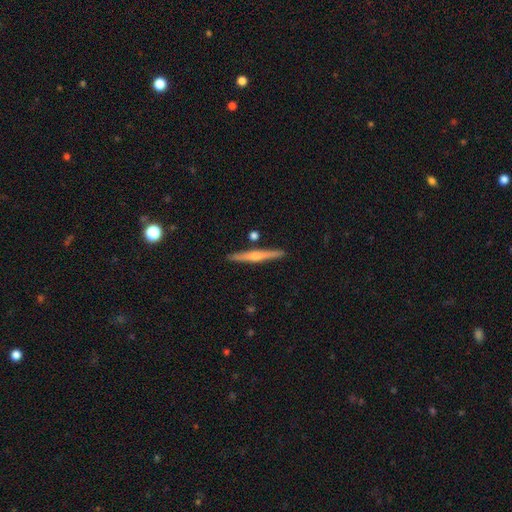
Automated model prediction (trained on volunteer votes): Smooth or featured?
  - featured or disk: 59% *
  - smooth: 35%
  - star or artifact: 6%
Edge-on disk?
  - yes: 98% *
  - no: 2%
Edge-on bulge?
  - rounded: 72% *
  - none: 19%
  - boxy: 9%
Merging?
  - none: 89% *
  - minor disturbance: 7%
  - merger: 3%
  - major disturbance: 1%